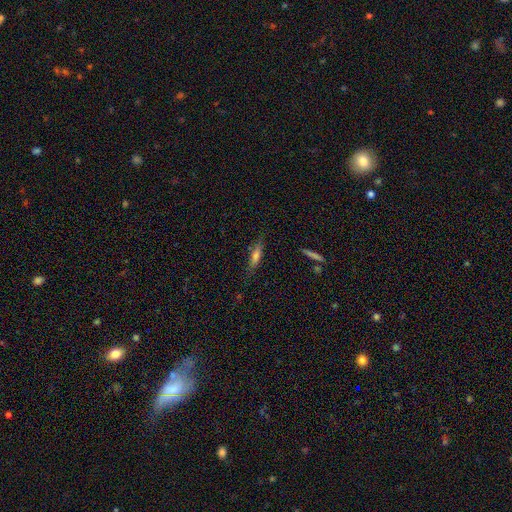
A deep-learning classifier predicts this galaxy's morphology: Smooth or featured?
  - smooth: 62% *
  - featured or disk: 29%
  - star or artifact: 9%
How rounded?
  - cigar-shaped: 73% *
  - in between: 25%
  - round: 2%
Merging?
  - none: 79% *
  - minor disturbance: 16%
  - major disturbance: 4%
  - merger: 2%